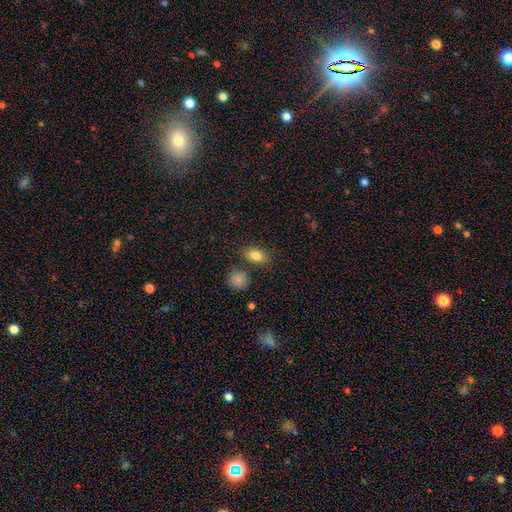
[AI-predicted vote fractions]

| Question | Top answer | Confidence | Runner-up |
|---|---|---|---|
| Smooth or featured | smooth | 83% | star or artifact (9%) |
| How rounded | in between | 85% | round (12%) |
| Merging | none | 78% | minor disturbance (11%) |